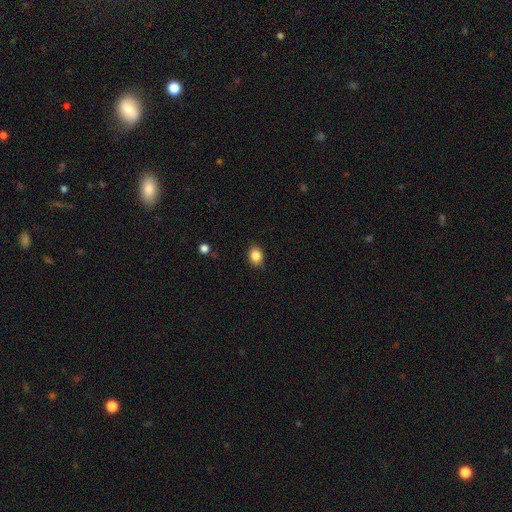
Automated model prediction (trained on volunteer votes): A smooth galaxy with no disk features (86%) that is in between round and cigar-shaped (62%).

Vote fractions:
- Smooth or featured? smooth: 86% / star or artifact: 9% / featured or disk: 5%
- How rounded? in between: 62% / round: 37% / cigar-shaped: 1%
- Merging? none: 86% / minor disturbance: 11% / major disturbance: 2% / merger: 1%